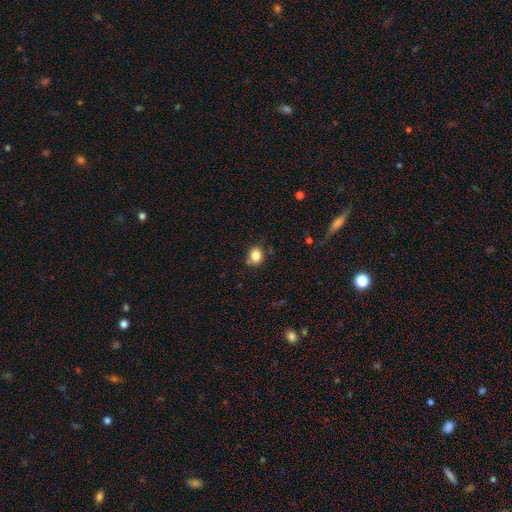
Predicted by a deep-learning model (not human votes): smooth 83%, star or artifact 11%, featured or disk 6%. Down the decision tree: how rounded — round (64%); merging — none (78%).